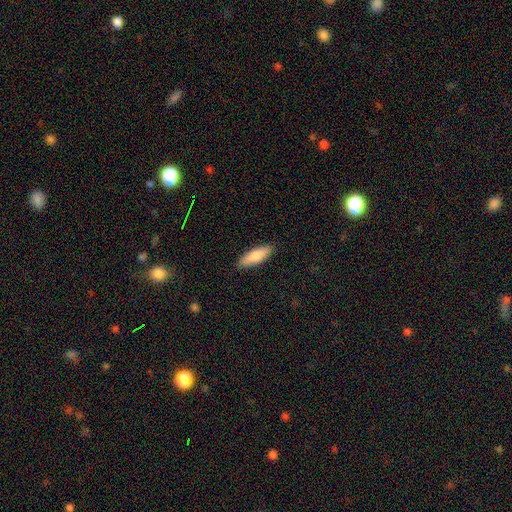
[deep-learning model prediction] smooth_or_featured: smooth (p=0.84) [alt: featured or disk p=0.11]
how_rounded: in between (p=0.52) [alt: cigar-shaped p=0.46]
merging: none (p=0.88) [alt: minor disturbance p=0.09]